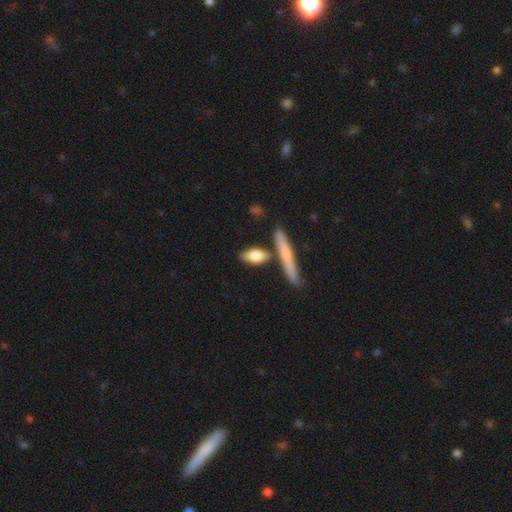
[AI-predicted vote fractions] Q: Smooth or featured?
A: smooth (76%); runner-up: featured or disk (18%)
Q: How rounded?
A: in between (65%); runner-up: cigar-shaped (30%)
Q: Merging?
A: none (68%); runner-up: merger (15%)